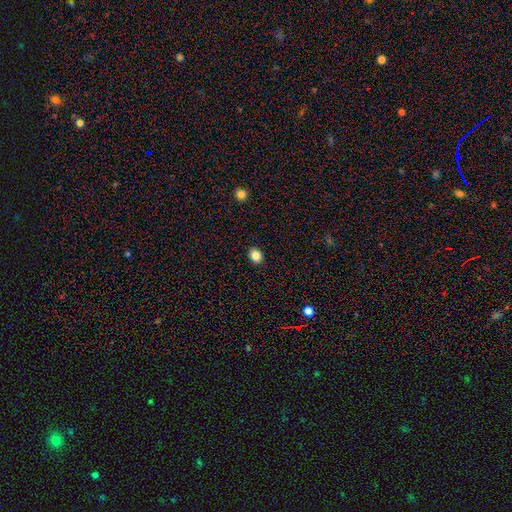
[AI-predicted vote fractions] Morphology: type=smooth (85%); roundness=round (55%); merging=none (91%).